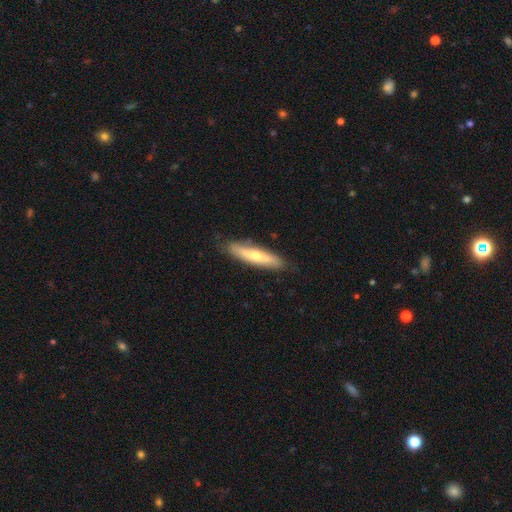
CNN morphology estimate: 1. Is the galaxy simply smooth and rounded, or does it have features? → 55% smooth, 40% featured or disk, 5% star or artifact.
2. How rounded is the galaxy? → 78% cigar-shaped, 20% in between, 2% round.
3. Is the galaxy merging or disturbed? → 82% none, 14% minor disturbance, 3% major disturbance, 1% merger.